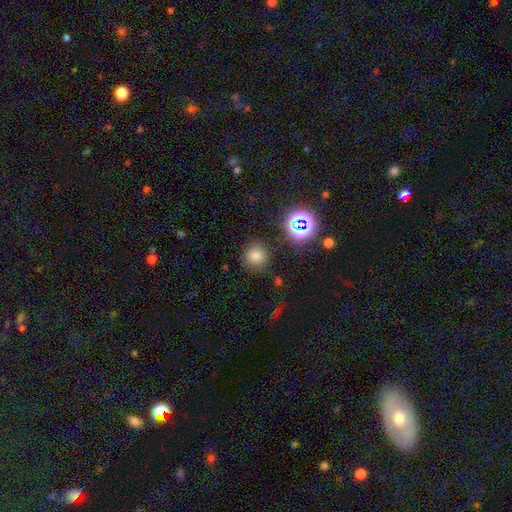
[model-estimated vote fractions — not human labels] Smooth or featured? Predicted: smooth (p=0.72). How rounded? Predicted: round (p=0.92). Merging? Predicted: none (p=0.85).